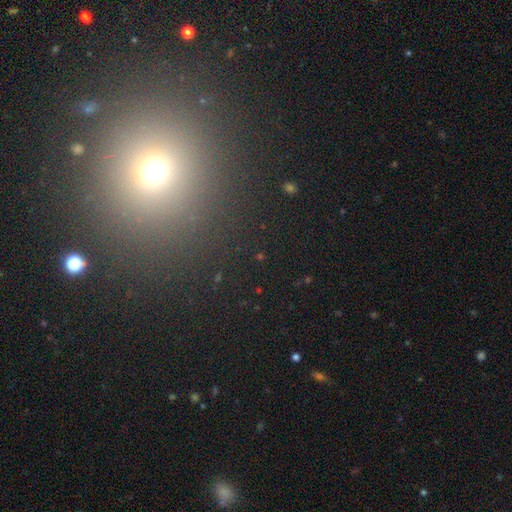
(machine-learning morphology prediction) Smooth or featured? smooth (50%)
How rounded? round (91%)
Merging? none (89%)